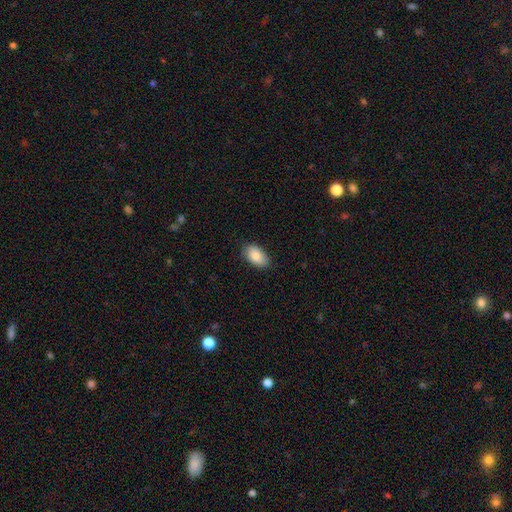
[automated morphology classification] Smooth or featured? Predicted: smooth (p=0.87). How rounded? Predicted: in between (p=0.94). Merging? Predicted: none (p=0.86).